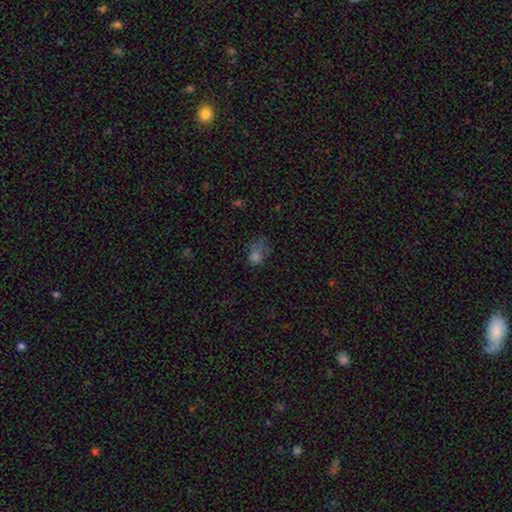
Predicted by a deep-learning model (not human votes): smooth 66%, star or artifact 21%, featured or disk 13%. Down the decision tree: how rounded — in between (55%); merging — none (35%).